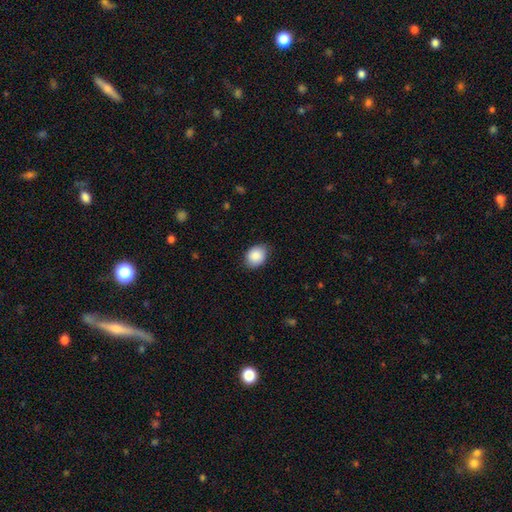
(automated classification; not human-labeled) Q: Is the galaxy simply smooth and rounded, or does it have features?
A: smooth — 88%.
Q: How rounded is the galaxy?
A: in between — 62%.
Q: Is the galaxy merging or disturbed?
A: none — 84%.